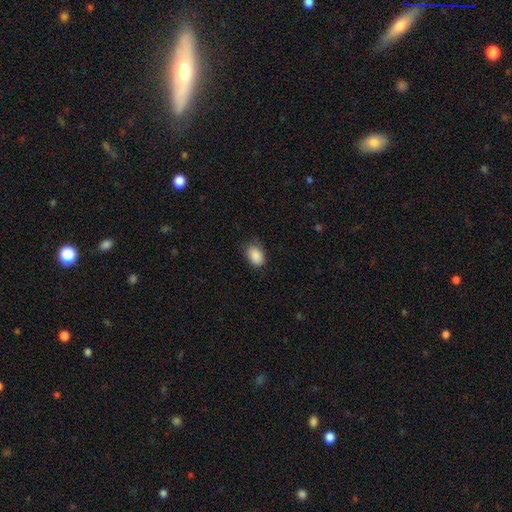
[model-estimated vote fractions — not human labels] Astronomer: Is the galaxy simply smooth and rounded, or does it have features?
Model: smooth — 89%.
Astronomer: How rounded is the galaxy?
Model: in between — 81%.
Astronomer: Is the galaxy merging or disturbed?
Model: none — 71%.